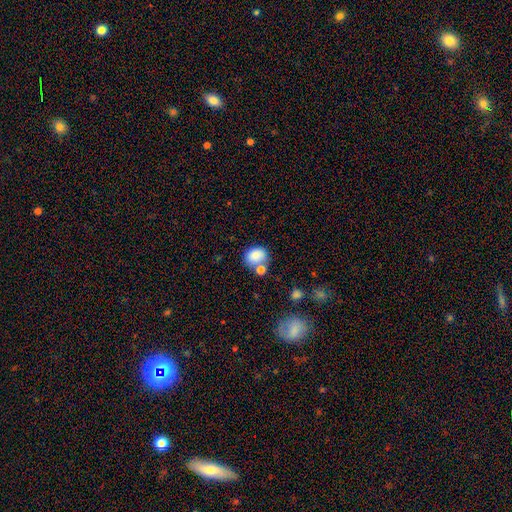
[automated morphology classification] This appears to be a smooth galaxy with no disk features (83%) that is round (57%). Merging: none (54%).